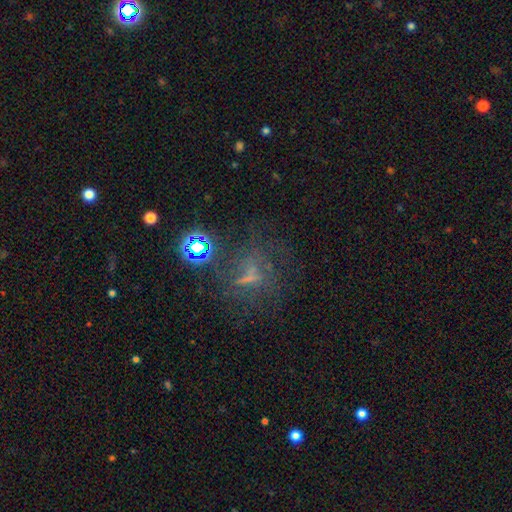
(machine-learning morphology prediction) Smooth or featured: star or artifact — 37% (featured or disk — 32%)